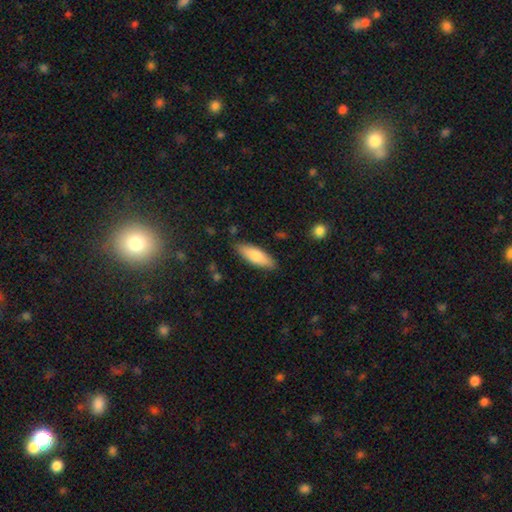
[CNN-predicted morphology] smooth 77%, featured or disk 18%, star or artifact 6%. Down the decision tree: how rounded — in between (59%); merging — none (85%).